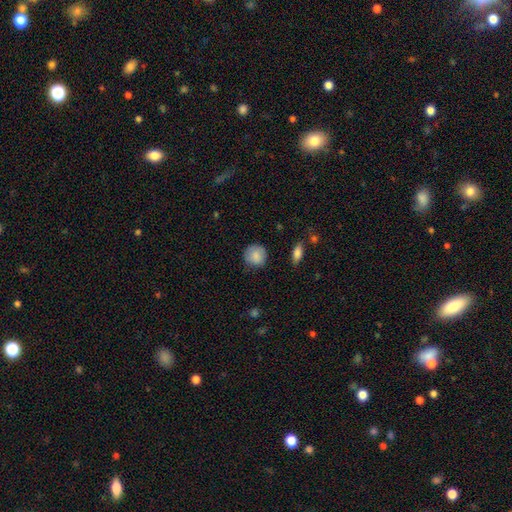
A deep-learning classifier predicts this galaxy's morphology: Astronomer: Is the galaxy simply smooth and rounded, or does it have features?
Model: smooth — 87%.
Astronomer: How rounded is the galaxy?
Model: round — 91%.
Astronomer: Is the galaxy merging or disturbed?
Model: none — 84%.